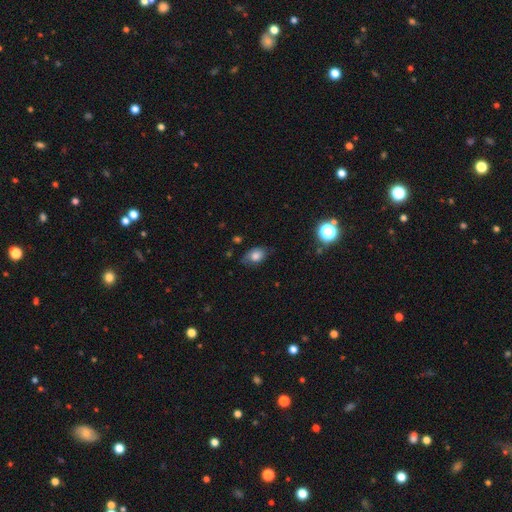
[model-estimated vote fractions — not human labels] This is likely a smooth galaxy (77%). How rounded: clearly in between (81%). Merging: likely none (67%).